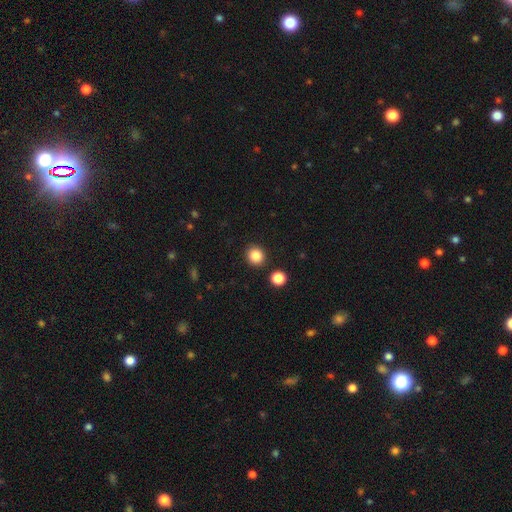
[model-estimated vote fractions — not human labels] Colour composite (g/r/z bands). It shows a smooth galaxy with no disk features (86%) that is round (88%). Merging: none (88%).